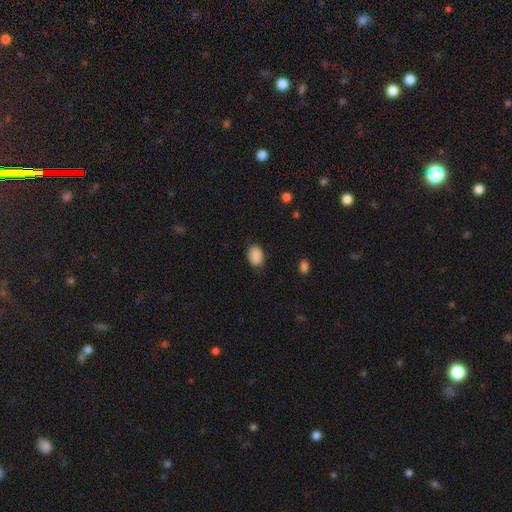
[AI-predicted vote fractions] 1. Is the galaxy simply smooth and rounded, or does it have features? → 89% smooth, 8% star or artifact, 3% featured or disk.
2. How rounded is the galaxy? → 81% in between, 18% round, 1% cigar-shaped.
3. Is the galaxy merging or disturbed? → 83% none, 13% minor disturbance, 3% major disturbance, 1% merger.